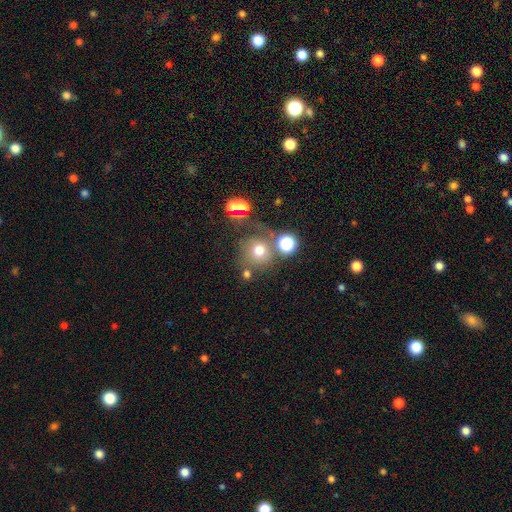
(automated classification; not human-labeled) Smooth or featured? Predicted: smooth (p=0.60). How rounded? Predicted: round (p=0.90). Merging? Predicted: none (p=0.64).